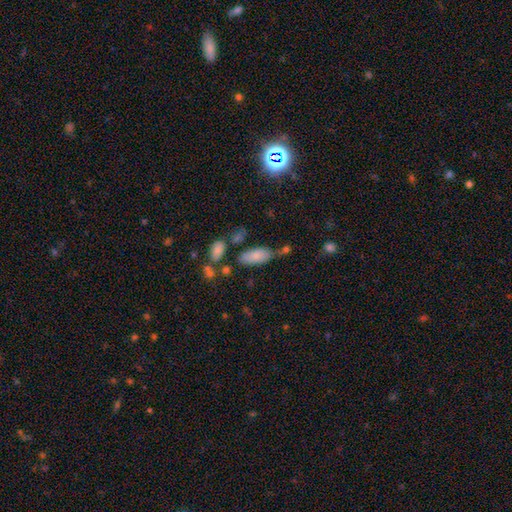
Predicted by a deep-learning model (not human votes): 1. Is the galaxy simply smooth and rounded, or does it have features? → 81% smooth, 11% featured or disk, 8% star or artifact.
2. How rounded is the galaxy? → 85% in between, 13% cigar-shaped, 2% round.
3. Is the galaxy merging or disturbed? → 59% none, 22% minor disturbance, 12% merger, 7% major disturbance.